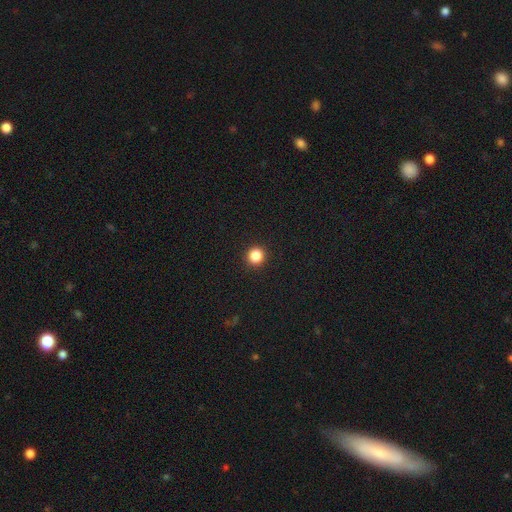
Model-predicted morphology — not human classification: Smooth or featured: smooth — 86% (star or artifact — 11%)
How rounded: round — 94% (in between — 5%)
Merging: none — 93% (minor disturbance — 4%)